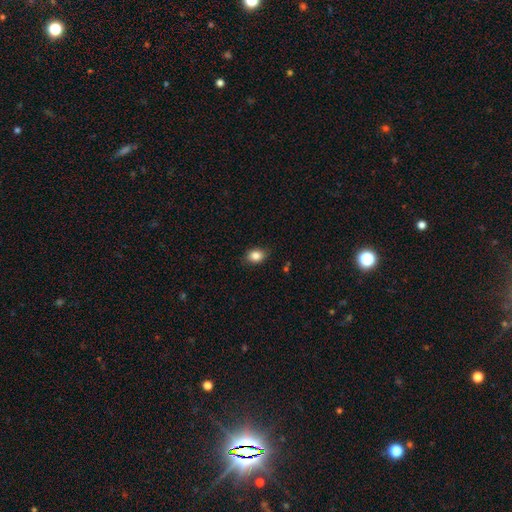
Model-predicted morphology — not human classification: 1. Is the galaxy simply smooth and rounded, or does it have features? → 85% smooth, 9% star or artifact, 6% featured or disk.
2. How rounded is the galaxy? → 67% in between, 32% round, 1% cigar-shaped.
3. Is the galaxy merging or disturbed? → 84% none, 12% minor disturbance, 2% major disturbance, 1% merger.